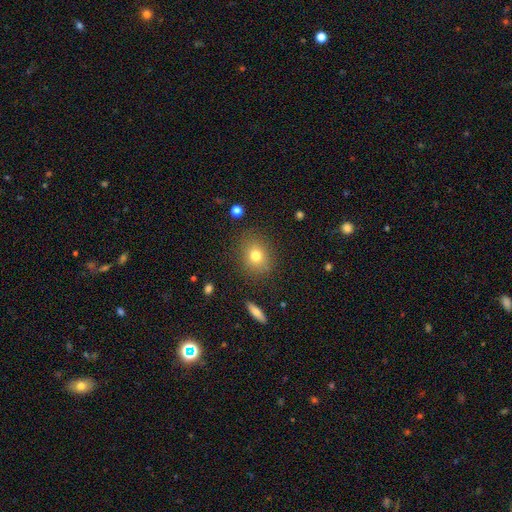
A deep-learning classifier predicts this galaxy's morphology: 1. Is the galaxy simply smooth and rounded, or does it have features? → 76% smooth, 13% star or artifact, 12% featured or disk.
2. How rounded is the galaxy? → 62% round, 36% in between, 2% cigar-shaped.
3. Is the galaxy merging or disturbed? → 83% none, 11% minor disturbance, 4% major disturbance, 2% merger.